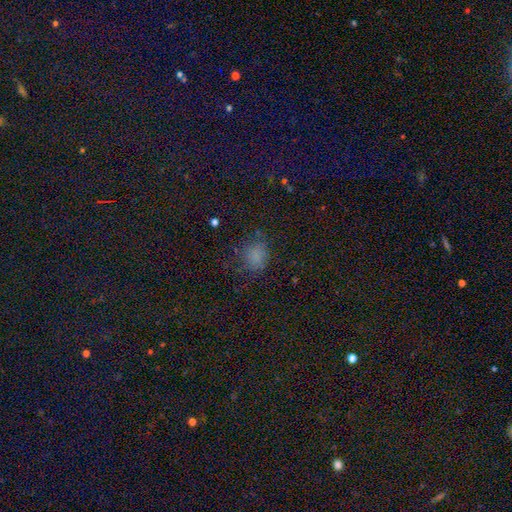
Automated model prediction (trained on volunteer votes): A smooth galaxy with no disk features (70%) that is round (61%). Merging: none (66%).